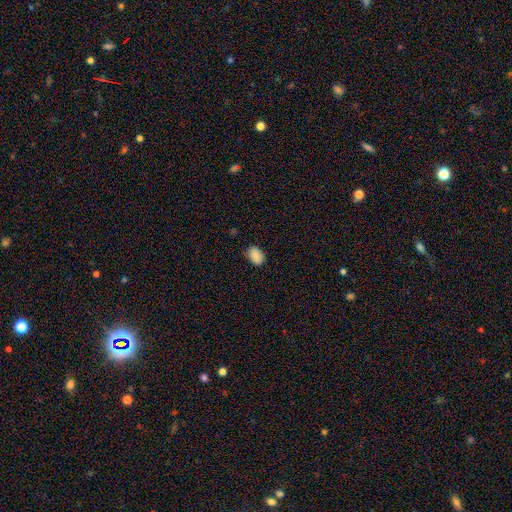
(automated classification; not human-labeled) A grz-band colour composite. It shows a smooth galaxy with no disk features (87%) that is in between round and cigar-shaped (80%). Merging: none (82%).